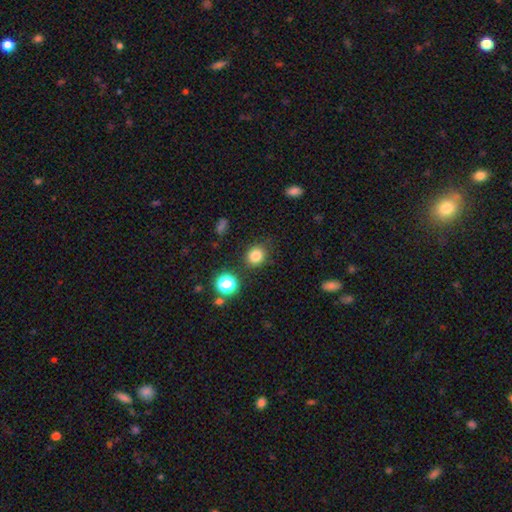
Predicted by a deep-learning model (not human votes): smooth_or_featured: smooth (p=0.82) [alt: star or artifact p=0.13]
how_rounded: round (p=0.80) [alt: in between p=0.19]
merging: none (p=0.84) [alt: minor disturbance p=0.10]